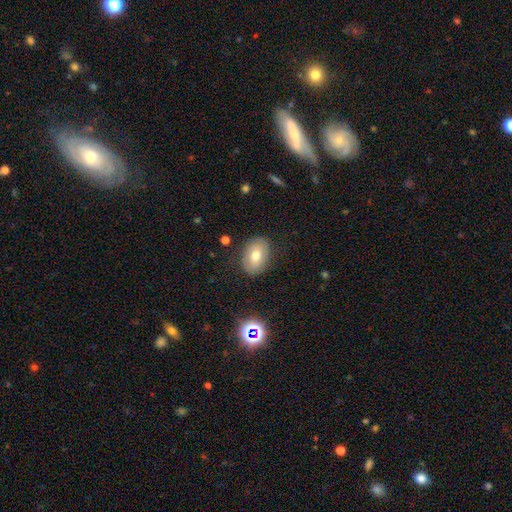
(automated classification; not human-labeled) This appears to be a smooth galaxy with no disk features (69%) that is in between round and cigar-shaped (78%). Merging: none (83%).